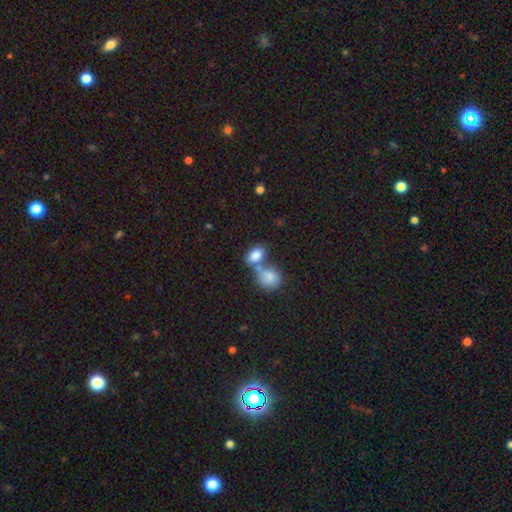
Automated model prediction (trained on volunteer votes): Smooth or featured? smooth (83%)
How rounded? in between (85%)
Merging? merger (51%)